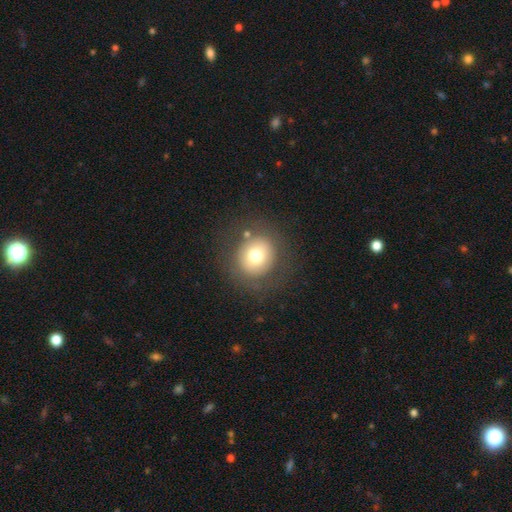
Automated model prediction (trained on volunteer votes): Morphology: type=smooth (71%); roundness=round (85%); merging=none (80%).